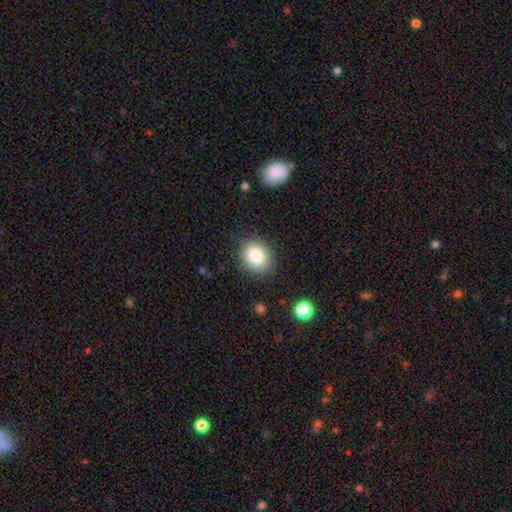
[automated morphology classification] Overall: smooth (84%). How rounded: round (56%; in between 43%). Merging: none (85%).